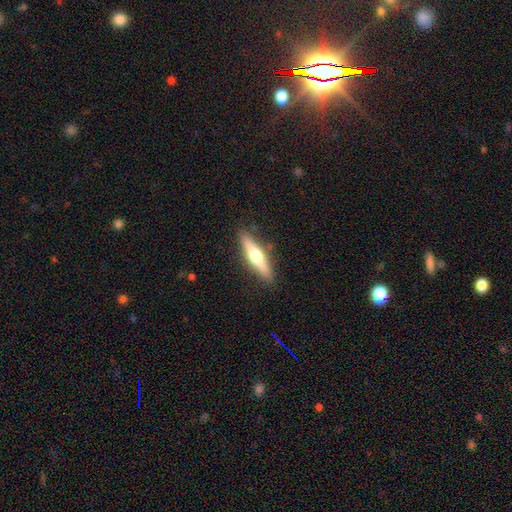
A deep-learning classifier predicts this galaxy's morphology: Smooth or featured? featured or disk (48%)
Merging? none (87%)